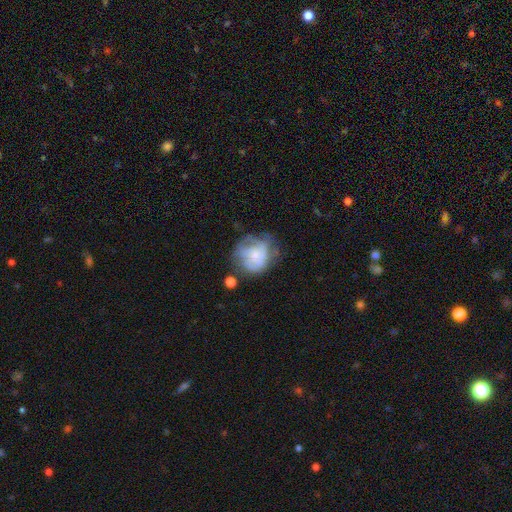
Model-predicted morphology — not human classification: type=featured or disk (59%); edge-on=no (98%); bar=no (77%); spiral arms=yes (68%); bulge=small (54%); merging=none (49%).